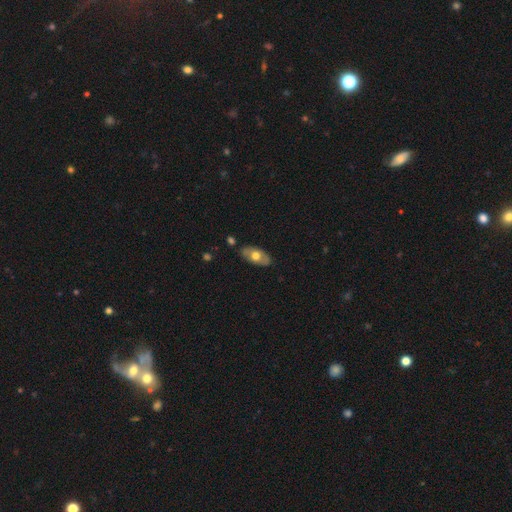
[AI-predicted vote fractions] smooth_or_featured: smooth (p=0.57) [alt: featured or disk p=0.38]
how_rounded: in between (p=0.90) [alt: round p=0.05]
merging: none (p=0.83) [alt: minor disturbance p=0.13]